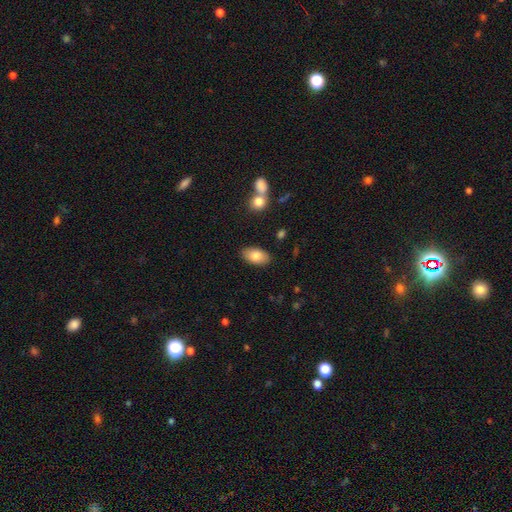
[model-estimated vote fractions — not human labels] A smooth galaxy with no disk features (82%) that is in between round and cigar-shaped (94%).

Vote fractions:
- Smooth or featured? smooth: 82% / featured or disk: 11% / star or artifact: 7%
- How rounded? in between: 94% / round: 4% / cigar-shaped: 2%
- Merging? none: 86% / minor disturbance: 10% / major disturbance: 2% / merger: 2%